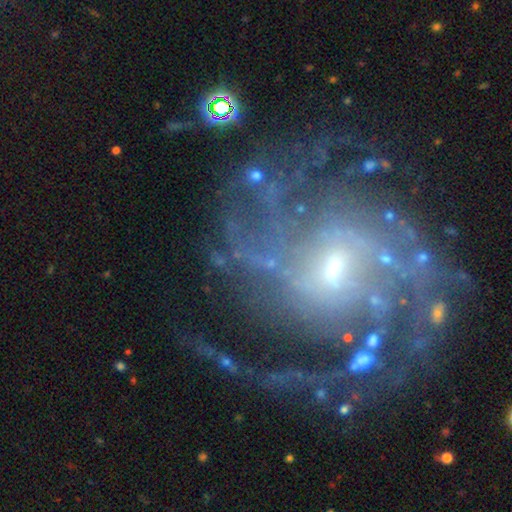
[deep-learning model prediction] featured or disk 87%, star or artifact 8%, smooth 5%. Down the decision tree: edge-on disk — no (98%); bar — weak (48%); spiral arms — yes (95%); spiral arm count — can't tell (25%, tied with 2); spiral winding — medium (41%); bulge size — small (63%); merging — none (60%).